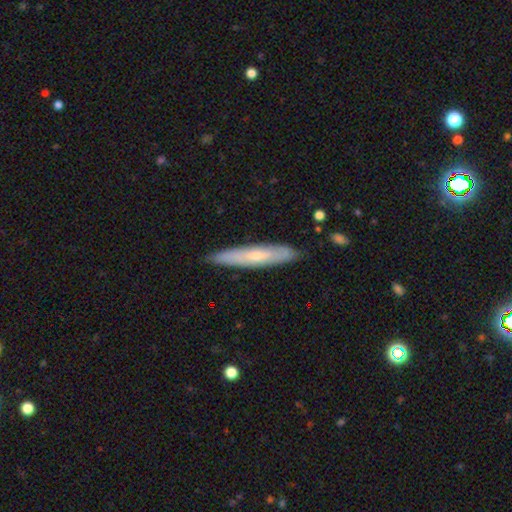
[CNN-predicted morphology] This is possibly a smooth galaxy (51%). How rounded: clearly cigar-shaped (90%). Merging: clearly none (86%).